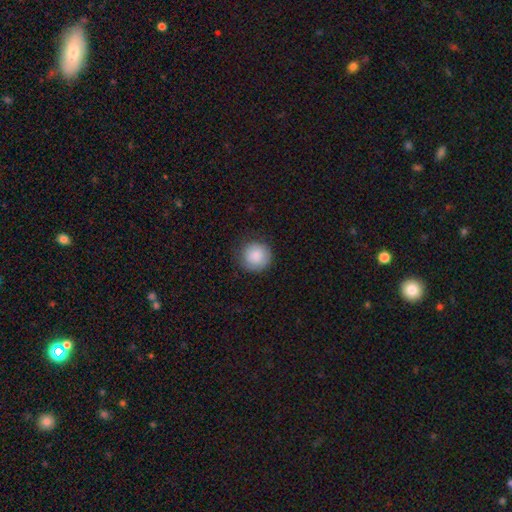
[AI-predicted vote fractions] Overall: smooth (87%). How rounded: round (94%). Merging: none (85%).